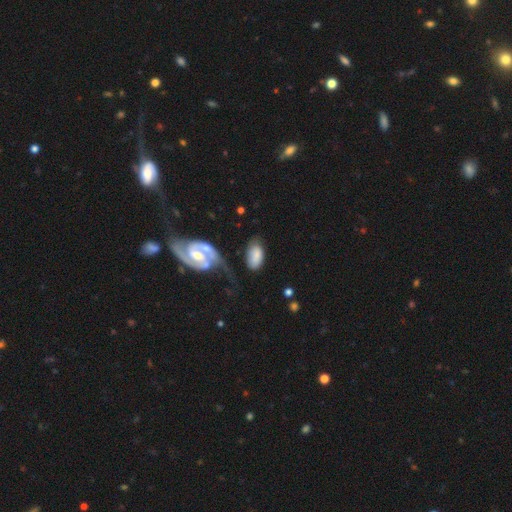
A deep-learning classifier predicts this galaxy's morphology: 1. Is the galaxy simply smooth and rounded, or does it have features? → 67% smooth, 26% featured or disk, 7% star or artifact.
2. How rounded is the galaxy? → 93% in between, 4% round, 2% cigar-shaped.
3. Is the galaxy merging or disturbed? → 44% none, 23% minor disturbance, 17% merger, 16% major disturbance.